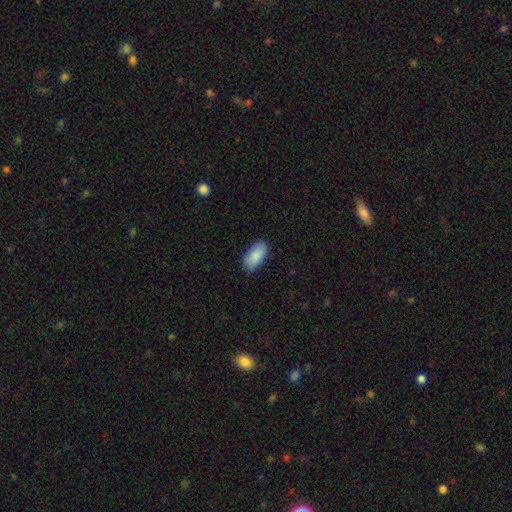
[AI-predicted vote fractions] Smooth or featured: smooth — 89% (star or artifact — 6%)
How rounded: in between — 93% (cigar-shaped — 5%)
Merging: none — 86% (minor disturbance — 11%)